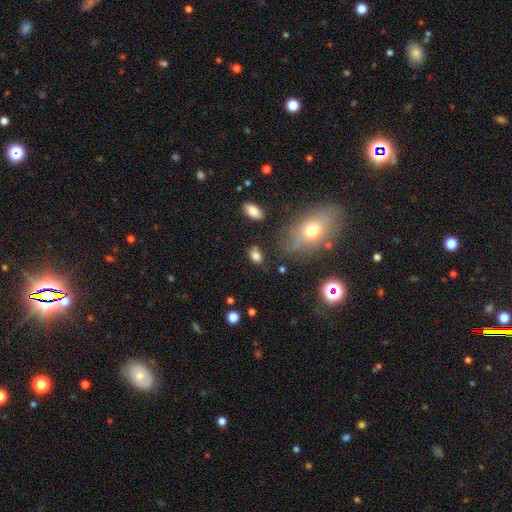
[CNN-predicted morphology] type=smooth (78%); roundness=in between (77%); merging=none (68%).